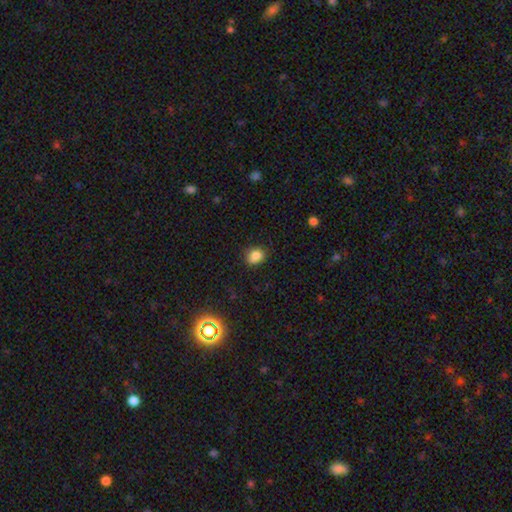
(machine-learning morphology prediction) Overall: smooth (82%). How rounded: round (61%; in between 38%). Merging: none (77%).